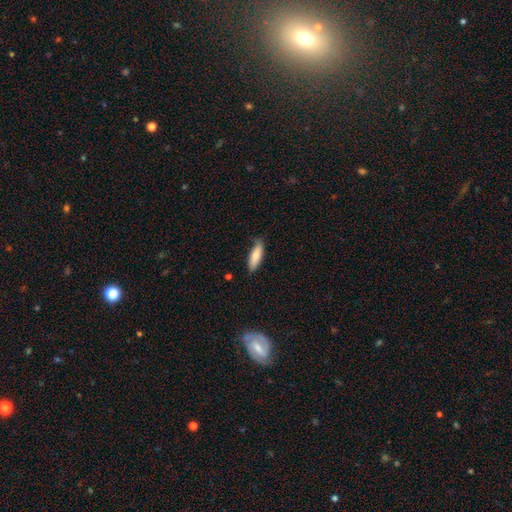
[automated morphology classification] type=smooth (81%); roundness=in between (52%); merging=none (74%).